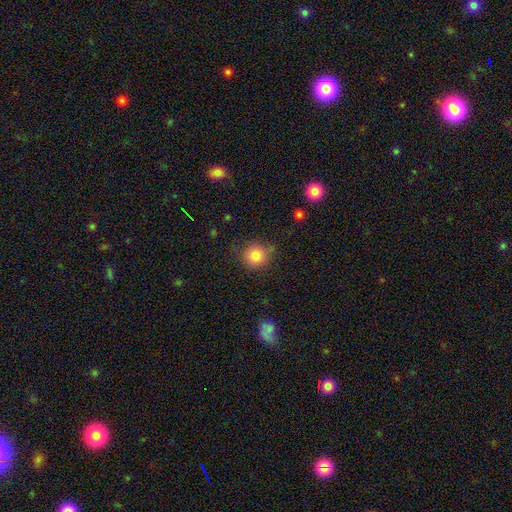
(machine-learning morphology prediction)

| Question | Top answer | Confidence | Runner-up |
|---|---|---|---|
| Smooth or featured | smooth | 83% | star or artifact (11%) |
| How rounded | round | 90% | in between (9%) |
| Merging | none | 79% | minor disturbance (15%) |